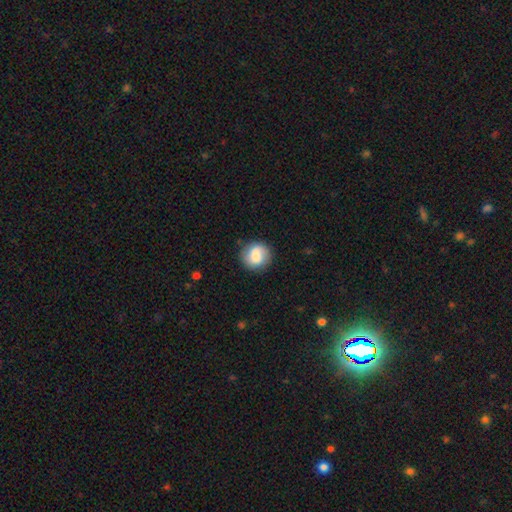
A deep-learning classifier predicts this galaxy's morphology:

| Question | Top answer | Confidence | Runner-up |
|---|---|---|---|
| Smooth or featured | smooth | 70% | featured or disk (23%) |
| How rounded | round | 90% | in between (9%) |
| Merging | none | 83% | minor disturbance (12%) |